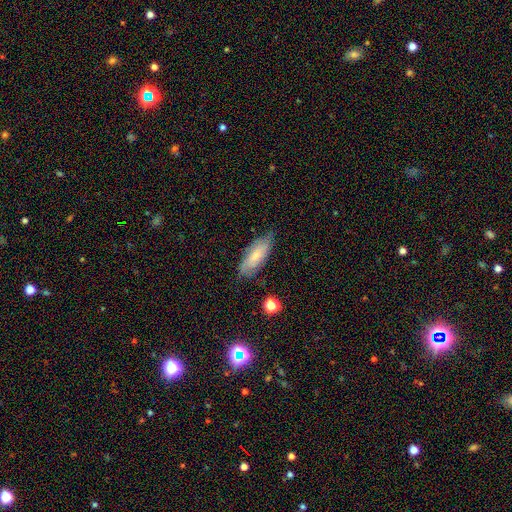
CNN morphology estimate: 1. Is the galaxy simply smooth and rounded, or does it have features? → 57% smooth, 35% featured or disk, 8% star or artifact.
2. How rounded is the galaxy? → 73% in between, 25% cigar-shaped, 2% round.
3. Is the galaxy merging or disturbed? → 73% none, 21% minor disturbance, 4% major disturbance, 2% merger.